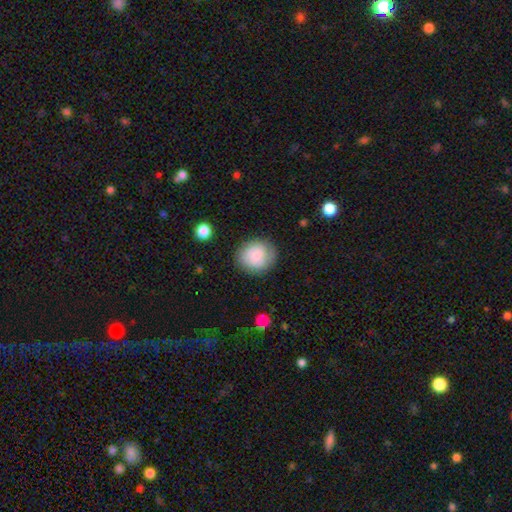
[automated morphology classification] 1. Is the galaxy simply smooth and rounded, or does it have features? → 74% smooth, 18% featured or disk, 8% star or artifact.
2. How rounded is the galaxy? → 80% round, 19% in between, 1% cigar-shaped.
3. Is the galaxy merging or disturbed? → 79% none, 14% minor disturbance, 5% major disturbance, 2% merger.